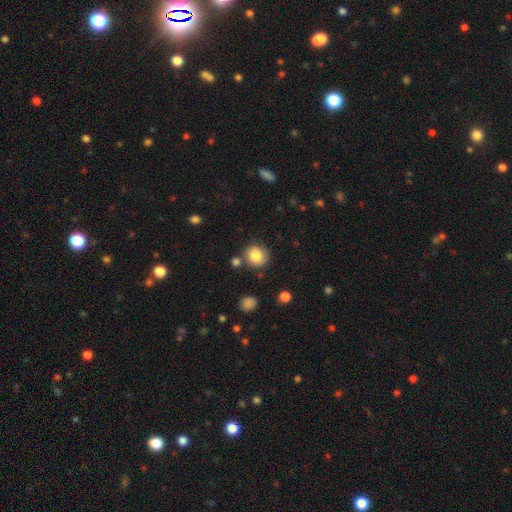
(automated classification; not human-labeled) The model was most divided on "merging": none: 80%, minor disturbance: 10%, merger: 7%, major disturbance: 3%. More confident: how rounded — round (85%); smooth or featured — smooth (84%).